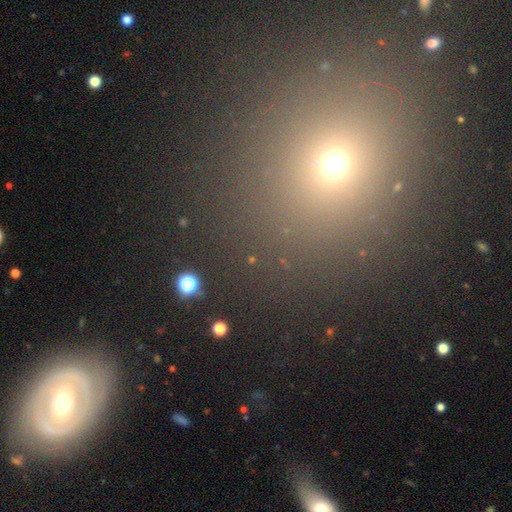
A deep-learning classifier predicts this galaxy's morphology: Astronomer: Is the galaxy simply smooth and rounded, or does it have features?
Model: smooth — 52% (runner-up: star or artifact, 36%).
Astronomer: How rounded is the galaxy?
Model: round — 76%.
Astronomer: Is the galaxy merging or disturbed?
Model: none — 84%.